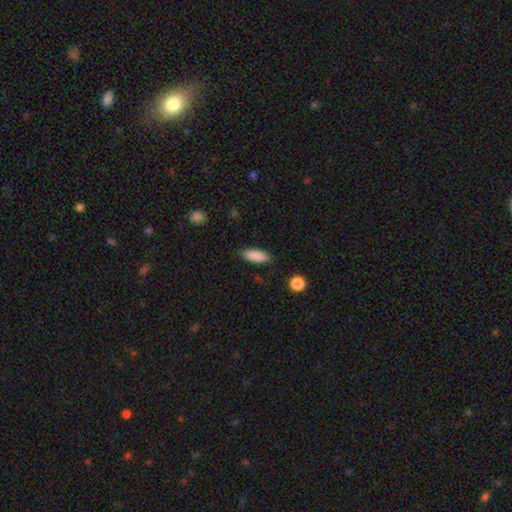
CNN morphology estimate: Smooth or featured?
  - smooth: 86% *
  - featured or disk: 7%
  - star or artifact: 7%
How rounded?
  - in between: 59% *
  - cigar-shaped: 39%
  - round: 2%
Merging?
  - none: 83% *
  - minor disturbance: 13%
  - major disturbance: 3%
  - merger: 1%